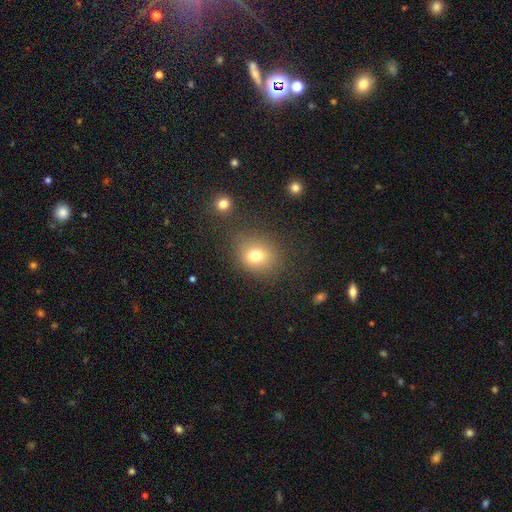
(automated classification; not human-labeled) smooth 76%, star or artifact 14%, featured or disk 10%. Down the decision tree: how rounded — round (63%); merging — none (77%).